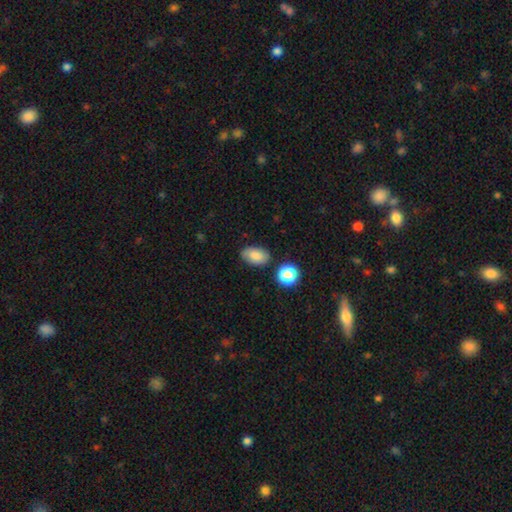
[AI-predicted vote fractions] A smooth galaxy with no disk features (83%) that is in between round and cigar-shaped (89%). Merging: none (77%).